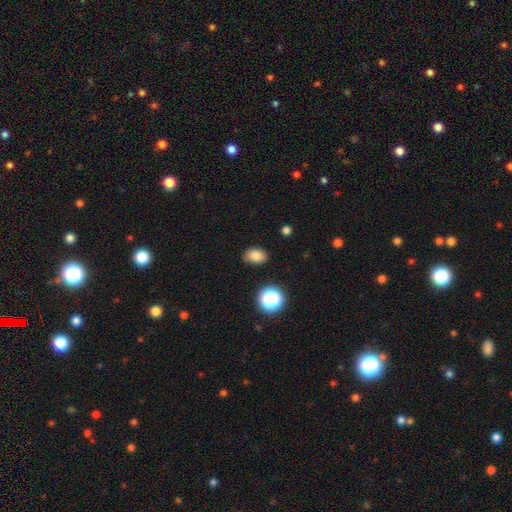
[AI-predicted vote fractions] This appears to be a smooth galaxy with no disk features (82%) that is in between round and cigar-shaped (78%). Merging: none (86%).